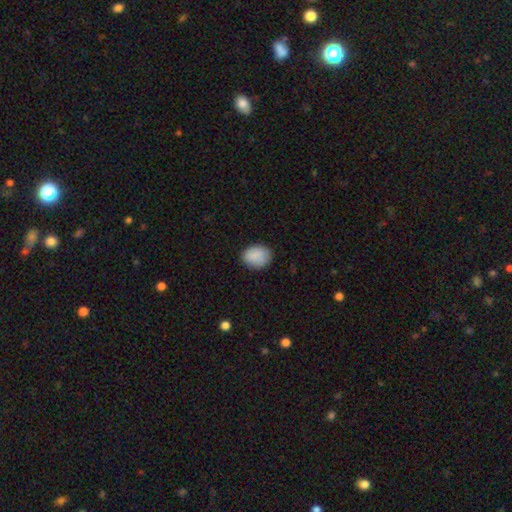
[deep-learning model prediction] Smooth or featured? Predicted: smooth (p=0.87). How rounded? Predicted: in between (p=0.64). Merging? Predicted: none (p=0.81).